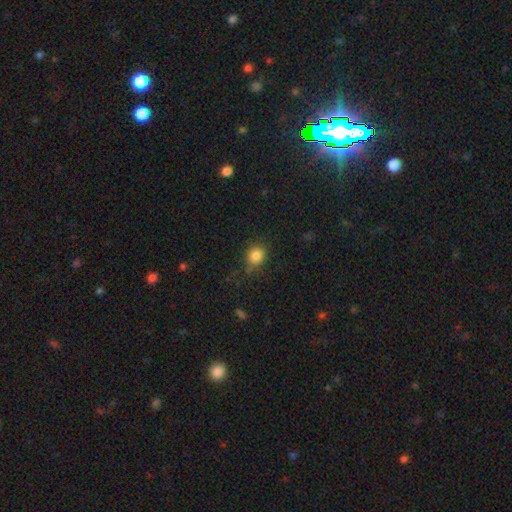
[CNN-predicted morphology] Smooth or featured?
  - smooth: 84% *
  - star or artifact: 11%
  - featured or disk: 5%
How rounded?
  - round: 70% *
  - in between: 29%
  - cigar-shaped: 1%
Merging?
  - none: 75% *
  - minor disturbance: 18%
  - major disturbance: 5%
  - merger: 2%